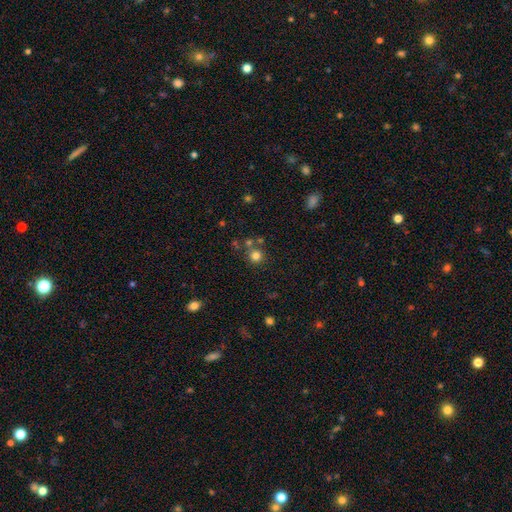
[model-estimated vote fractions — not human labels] smooth-or-featured: smooth: 77% | star or artifact: 16% | featured or disk: 7%
  how-rounded: round: 92% | in between: 7% | cigar-shaped: 1%
  merging: none: 73% | merger: 16% | minor disturbance: 8% | major disturbance: 3%